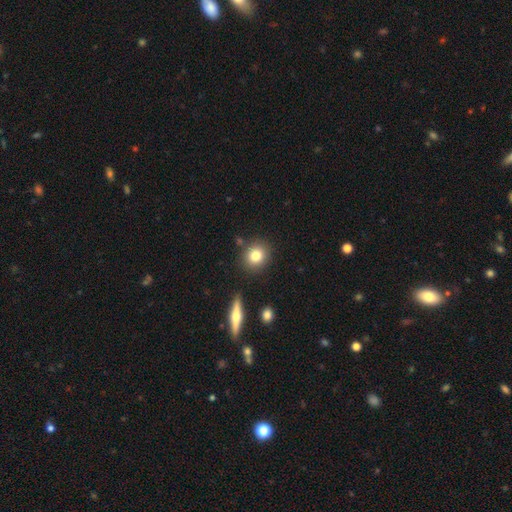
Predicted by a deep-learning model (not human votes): Smooth or featured? smooth (80%)
How rounded? round (83%)
Merging? none (84%)